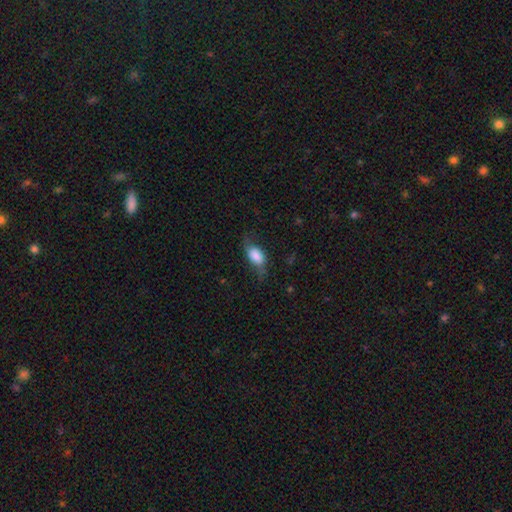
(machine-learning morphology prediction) smooth_or_featured: smooth (p=0.68) [alt: featured or disk p=0.23]
how_rounded: in between (p=0.87) [alt: round p=0.08]
merging: none (p=0.51) [alt: minor disturbance p=0.29]